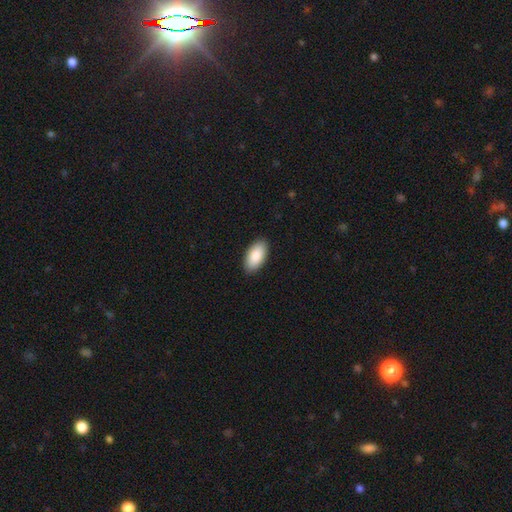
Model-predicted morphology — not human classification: Smooth or featured: smooth — 89% (star or artifact — 6%)
How rounded: in between — 95% (cigar-shaped — 3%)
Merging: none — 90% (minor disturbance — 7%)